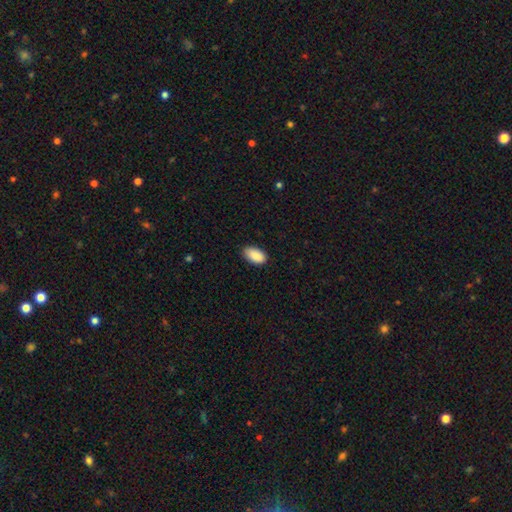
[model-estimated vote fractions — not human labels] This is clearly a smooth galaxy (90%). How rounded: clearly in between (94%). Merging: clearly none (82%).